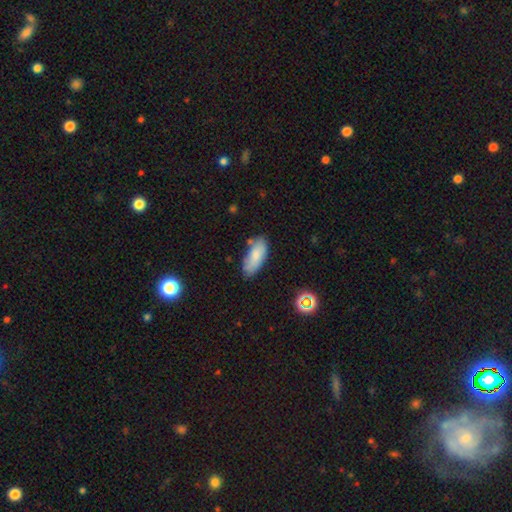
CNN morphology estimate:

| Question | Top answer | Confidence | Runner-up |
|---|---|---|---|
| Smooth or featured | smooth | 80% | featured or disk (13%) |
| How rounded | in between | 84% | cigar-shaped (14%) |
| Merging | none | 68% | minor disturbance (22%) |